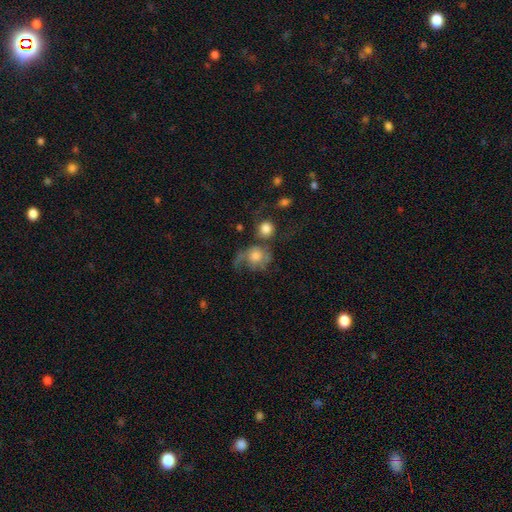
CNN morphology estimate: Smooth or featured? smooth (47%)
Merging? none (32%)